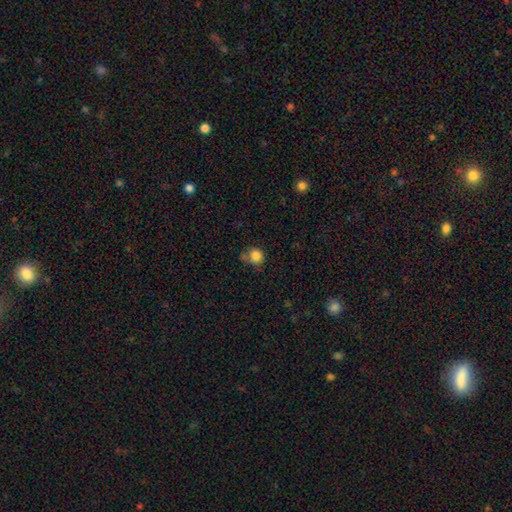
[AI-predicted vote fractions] This appears to be a smooth galaxy with no disk features (83%) that is round (88%). Merging: none (62%).